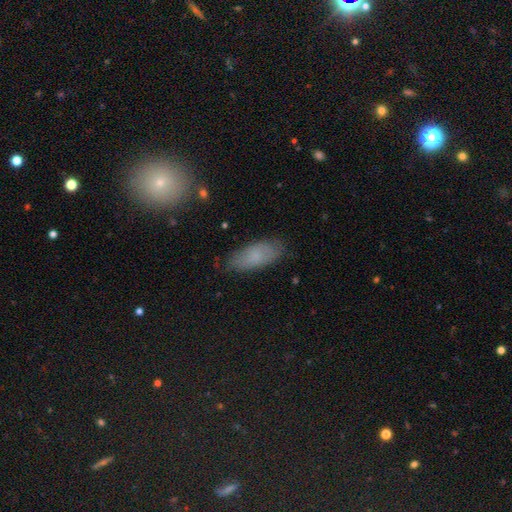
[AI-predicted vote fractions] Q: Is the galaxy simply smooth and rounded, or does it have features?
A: smooth — 76%.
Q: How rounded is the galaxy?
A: in between — 83%.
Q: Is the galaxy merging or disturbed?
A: none — 80%.